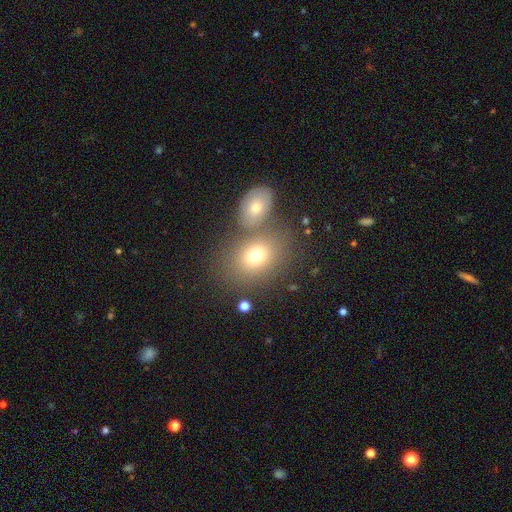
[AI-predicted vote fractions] This appears to be a smooth galaxy with no disk features (71%) that is in between round and cigar-shaped (60%). Merging: none (58%).